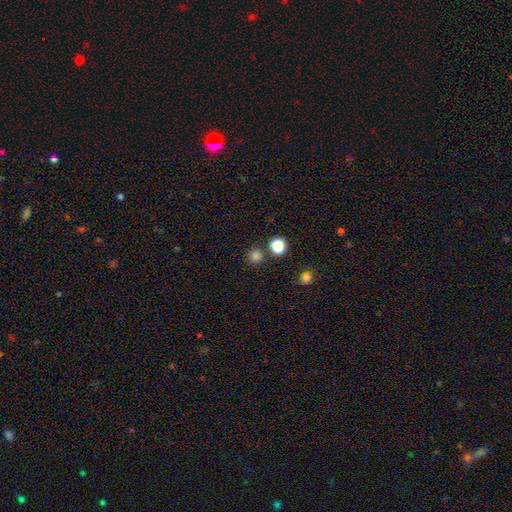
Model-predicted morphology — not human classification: type=smooth (79%); roundness=round (92%); merging=none (81%).